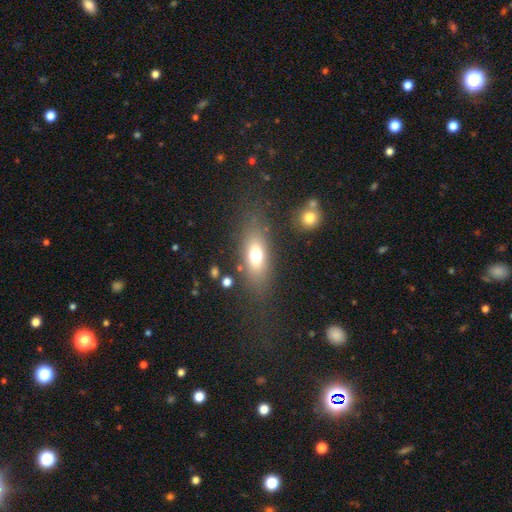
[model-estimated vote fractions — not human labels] The model was most divided on "smooth or featured": smooth: 67%, featured or disk: 22%, star or artifact: 11%. More confident: merging — none (76%); how rounded — in between (73%).